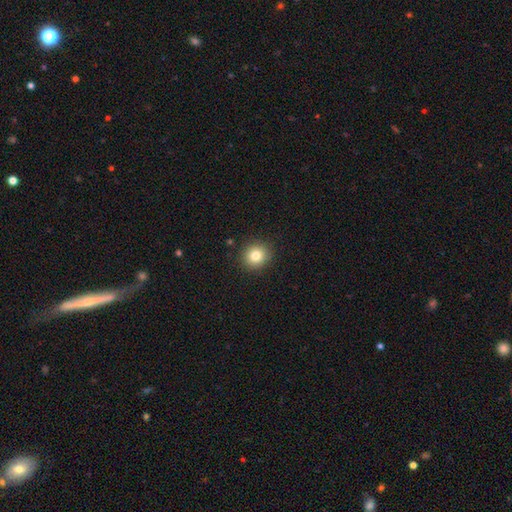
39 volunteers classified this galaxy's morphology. Smooth or featured: smooth — 82% (star or artifact — 10%)
How rounded: round — 91% (in between — 9%)
Merging: none — 97% (minor disturbance — 3%)